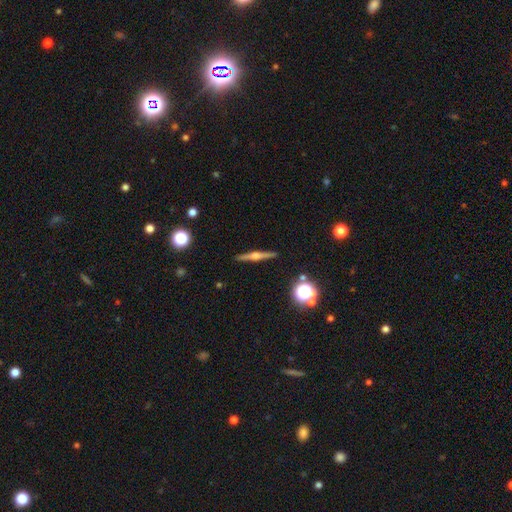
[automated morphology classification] smooth-or-featured: featured or disk: 74% | smooth: 17% | star or artifact: 8%
  disk-edge-on: yes: 98% | no: 2%
    edge-on-bulge: rounded: 90% | boxy: 6% | none: 3%
  merging: none: 91% | minor disturbance: 6% | major disturbance: 1% | merger: 1%